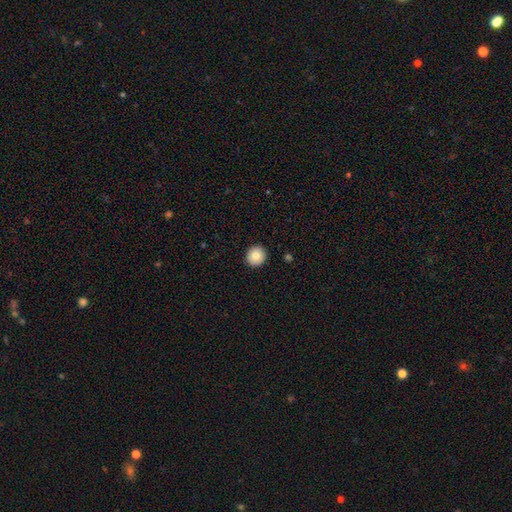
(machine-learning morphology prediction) Smooth or featured?
  - smooth: 81% *
  - featured or disk: 11%
  - star or artifact: 8%
How rounded?
  - round: 88% *
  - in between: 11%
  - cigar-shaped: 1%
Merging?
  - none: 92% *
  - minor disturbance: 5%
  - major disturbance: 1%
  - merger: 1%